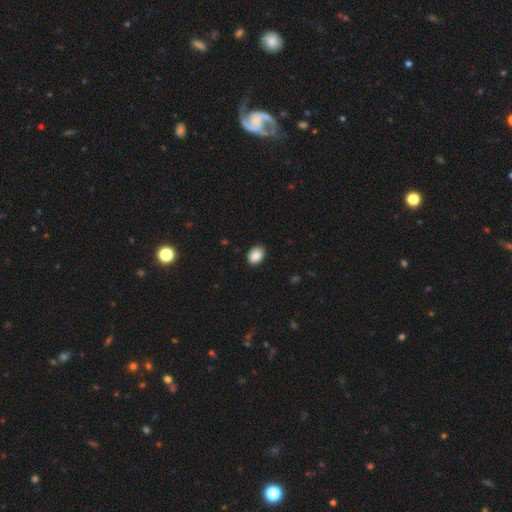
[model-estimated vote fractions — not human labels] Smooth or featured? Predicted: smooth (p=0.89). How rounded? Predicted: in between (p=0.73). Merging? Predicted: none (p=0.84).